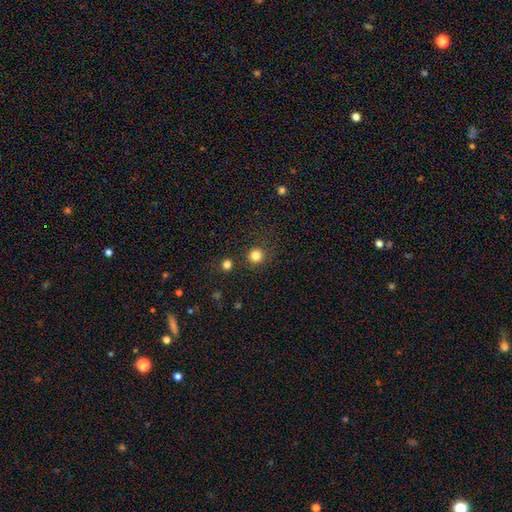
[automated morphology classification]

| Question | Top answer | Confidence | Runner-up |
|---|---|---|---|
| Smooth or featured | smooth | 83% | star or artifact (13%) |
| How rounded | round | 94% | in between (5%) |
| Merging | none | 84% | minor disturbance (8%) |